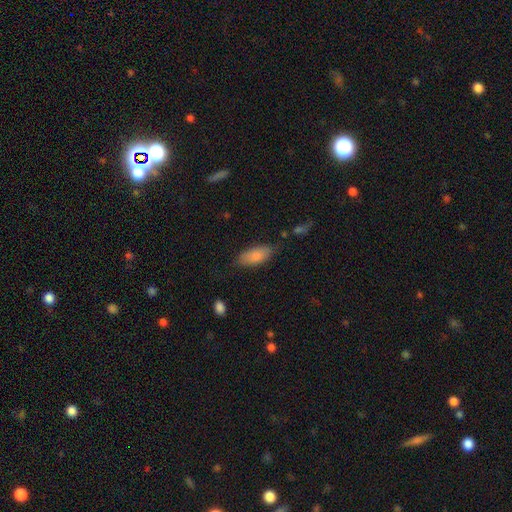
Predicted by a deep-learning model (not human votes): This is clearly a smooth galaxy (84%). How rounded: clearly in between (83%). Merging: likely none (72%).